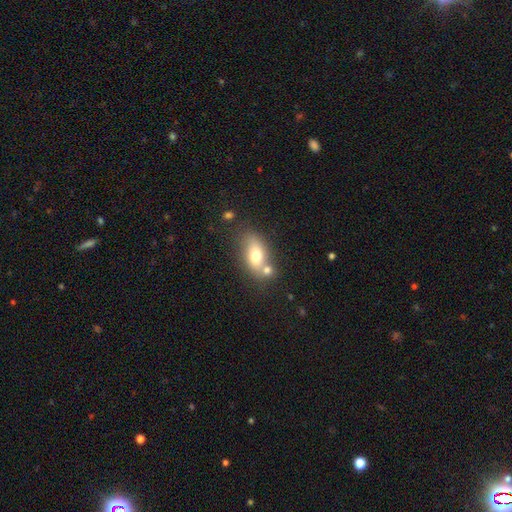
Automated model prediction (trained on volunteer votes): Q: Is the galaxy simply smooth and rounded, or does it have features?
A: smooth — 67%.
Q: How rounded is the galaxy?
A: in between — 83%.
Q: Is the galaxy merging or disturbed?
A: none — 48%.